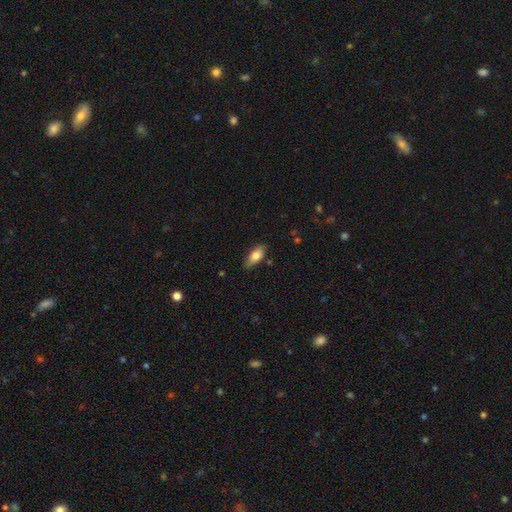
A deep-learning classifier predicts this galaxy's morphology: This is likely a smooth galaxy (76%). How rounded: clearly in between (83%). Merging: clearly none (82%).